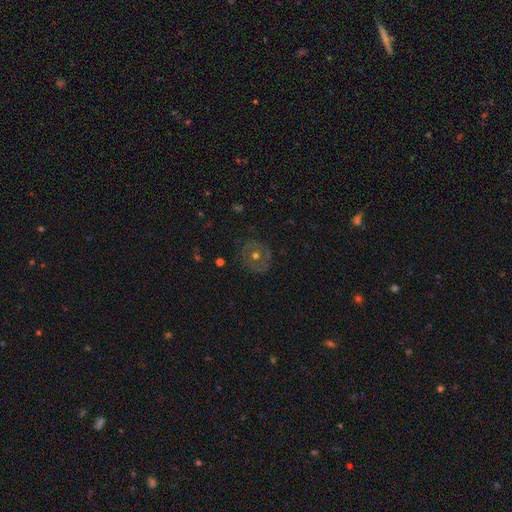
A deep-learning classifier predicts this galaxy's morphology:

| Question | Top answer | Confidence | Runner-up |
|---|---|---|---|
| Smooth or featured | featured or disk | 49% | smooth (39%) |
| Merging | none | 83% | minor disturbance (12%) |